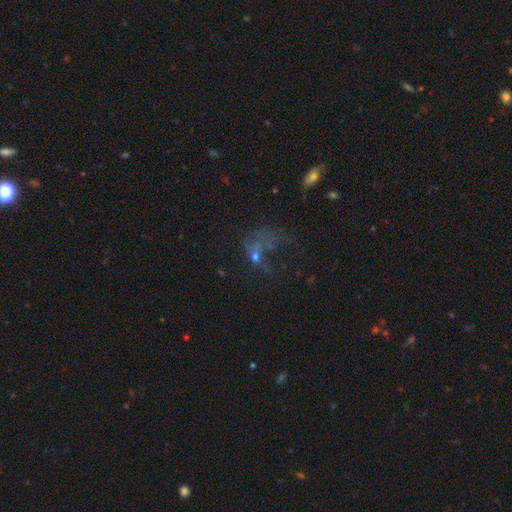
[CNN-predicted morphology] A featured or disk galaxy (38%). Merging: major disturbance (52%).